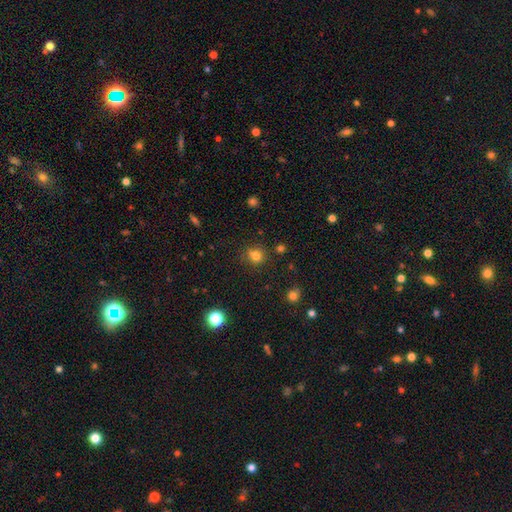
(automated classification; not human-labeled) Smooth or featured? smooth (79%)
How rounded? round (80%)
Merging? none (76%)